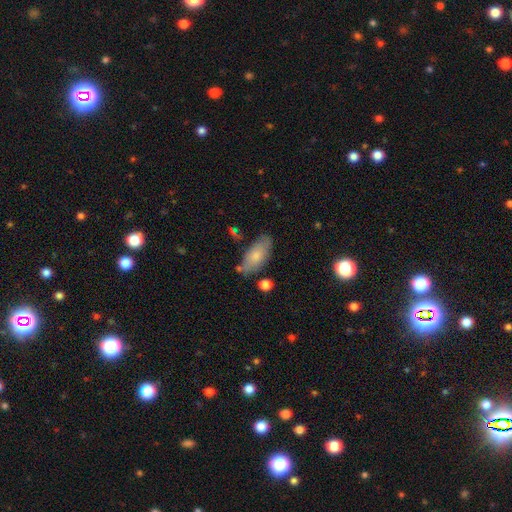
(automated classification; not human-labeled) smooth-or-featured: smooth: 75% | featured or disk: 19% | star or artifact: 6%
  how-rounded: in between: 88% | cigar-shaped: 10% | round: 2%
  merging: none: 72% | minor disturbance: 18% | merger: 5% | major disturbance: 4%